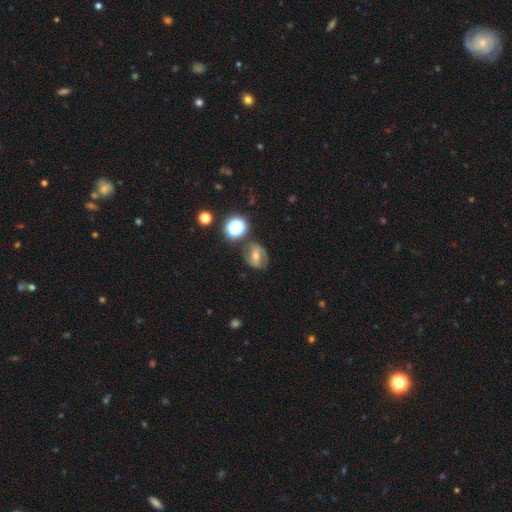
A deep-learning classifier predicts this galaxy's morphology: A featured or disk galaxy (50%).

Vote fractions:
- Smooth or featured? featured or disk: 50% / smooth: 34% / star or artifact: 16%
- Edge-on disk? no: 95% / yes: 5%
- Merging? none: 71% / minor disturbance: 17% / major disturbance: 7% / merger: 5%